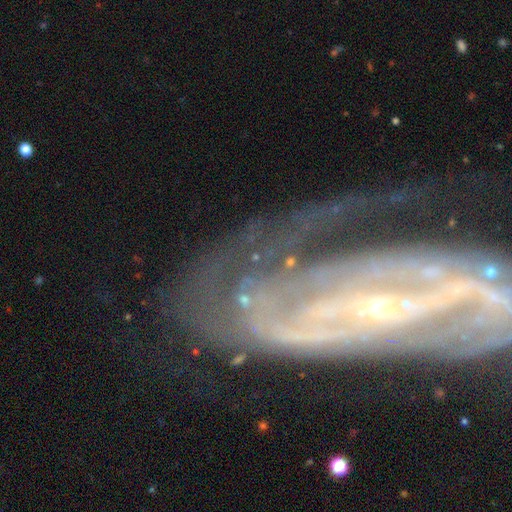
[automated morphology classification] Smooth or featured?
  - featured or disk: 83% *
  - star or artifact: 9%
  - smooth: 8%
Edge-on disk?
  - no: 91% *
  - yes: 9%
Bar?
  - strong: 40% *
  - no: 33%
  - weak: 27%
Spiral arms?
  - yes: 83% *
  - no: 17%
Spiral winding?
  - tight: 46% *
  - medium: 36%
  - loose: 18%
Spiral arm count?
  - 2: 48% *
  - can't tell: 26%
  - 3: 9%
  - 1: 7%
  - 4: 5%
  - more than 4: 5%
Bulge size?
  - small: 79% *
  - moderate: 15%
  - none: 3%
  - large: 2%
  - dominant: 1%
Merging?
  - none: 47% *
  - major disturbance: 27%
  - minor disturbance: 20%
  - merger: 5%